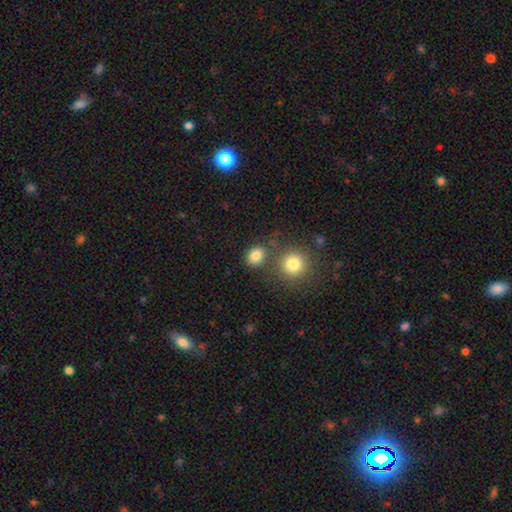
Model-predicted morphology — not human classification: Overall: smooth (83%). How rounded: in between (53%; round 46%). Merging: none (69%).